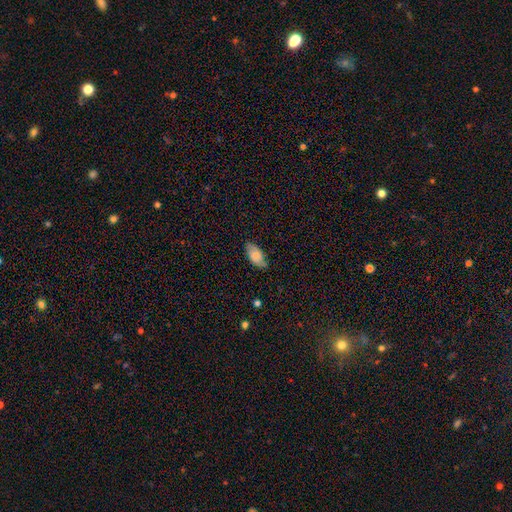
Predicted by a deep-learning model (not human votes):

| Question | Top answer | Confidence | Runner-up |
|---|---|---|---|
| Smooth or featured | smooth | 71% | featured or disk (21%) |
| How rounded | in between | 93% | cigar-shaped (4%) |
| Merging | none | 75% | minor disturbance (20%) |